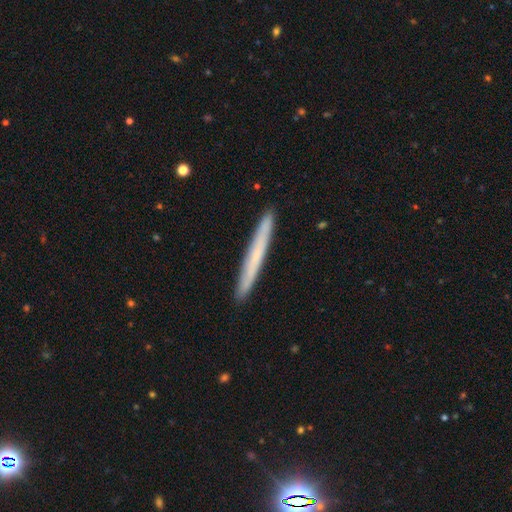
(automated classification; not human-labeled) This appears to be a smooth galaxy with no disk features (56%) that is cigar-shaped (97%). Merging: none (92%).